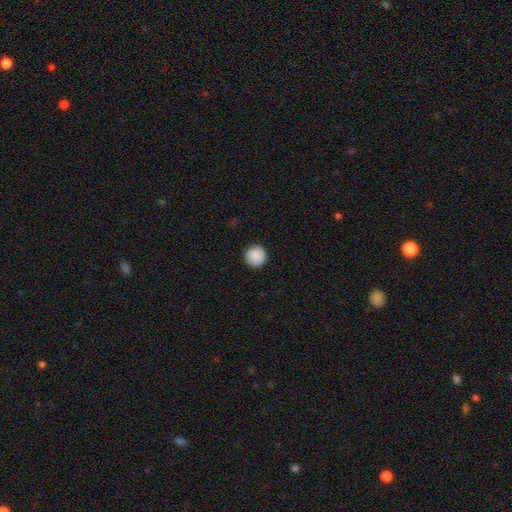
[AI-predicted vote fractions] Smooth or featured: smooth — 89% (star or artifact — 8%)
How rounded: round — 96% (in between — 3%)
Merging: none — 92% (minor disturbance — 5%)